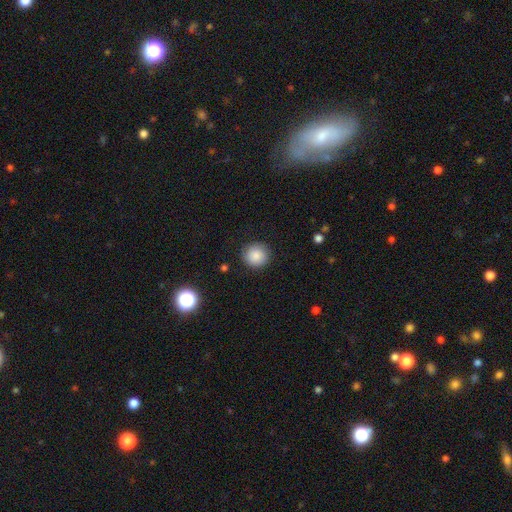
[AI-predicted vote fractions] Smooth or featured: smooth — 87% (star or artifact — 9%)
How rounded: round — 93% (in between — 6%)
Merging: none — 89% (minor disturbance — 7%)